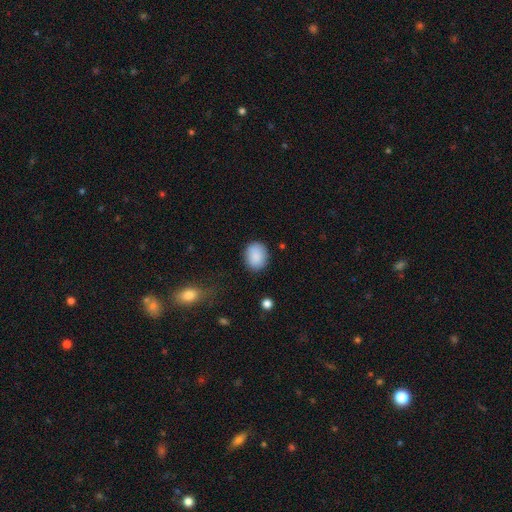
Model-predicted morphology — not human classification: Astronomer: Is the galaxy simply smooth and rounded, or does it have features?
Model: smooth — 89%.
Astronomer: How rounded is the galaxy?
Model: round — 53% (runner-up: in between, 46%).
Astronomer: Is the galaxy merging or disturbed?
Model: none — 84%.